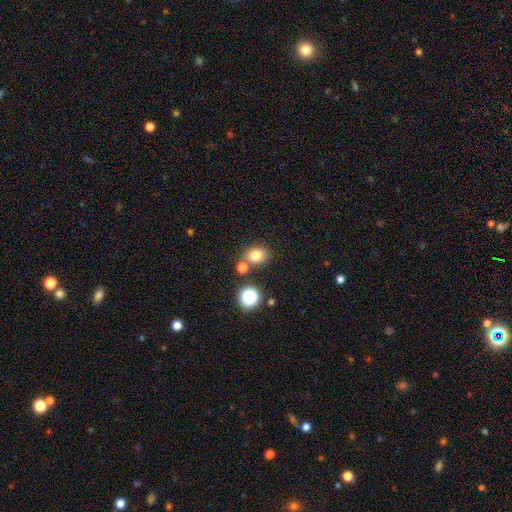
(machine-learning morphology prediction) type=smooth (79%); roundness=in between (50%); merging=none (69%).